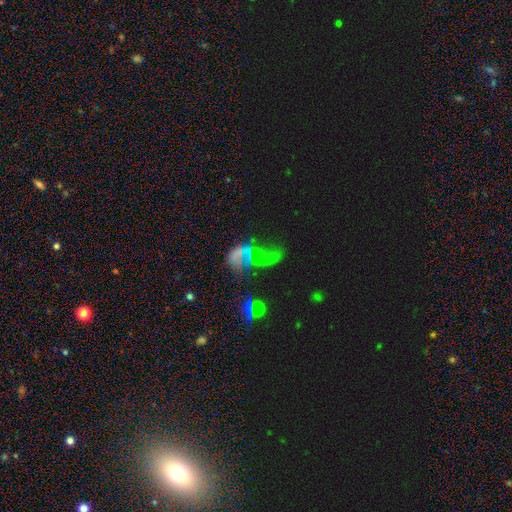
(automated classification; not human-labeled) Smooth or featured: featured or disk — 44% (star or artifact — 33%)
Merging: major disturbance — 38% (merger — 30%)